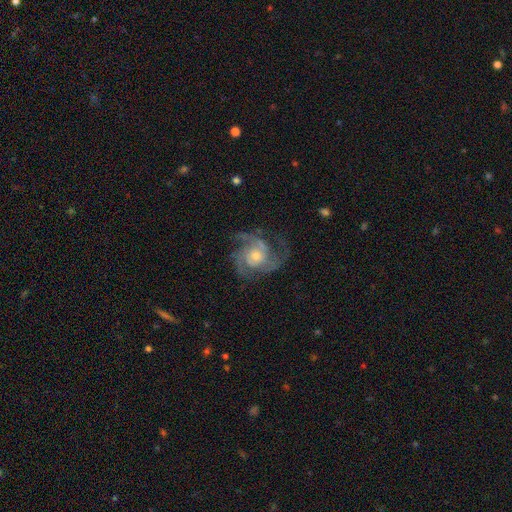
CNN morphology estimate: Smooth or featured: featured or disk — 88% (smooth — 6%)
Edge-on disk: no — 98% (yes — 2%)
Bar: no — 74% (weak — 21%)
Spiral arms: yes — 97% (no — 3%)
Spiral winding: medium — 51% (tight — 37%)
Spiral arm count: 3 — 55% (2 — 15%)
Bulge size: moderate — 57% (small — 34%)
Merging: none — 68% (minor disturbance — 18%)